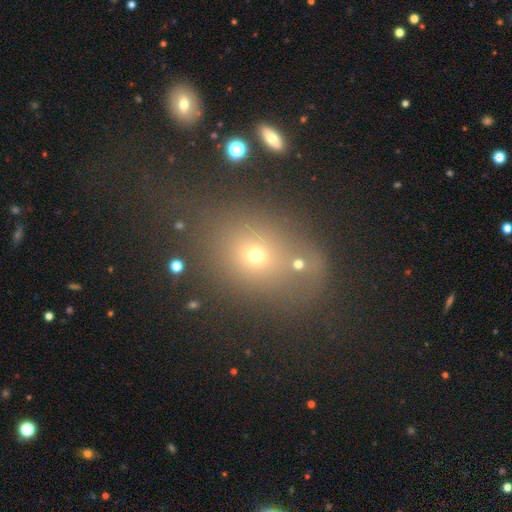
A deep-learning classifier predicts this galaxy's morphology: A smooth galaxy with no disk features (58%) that is round (56%). Merging: none (61%).